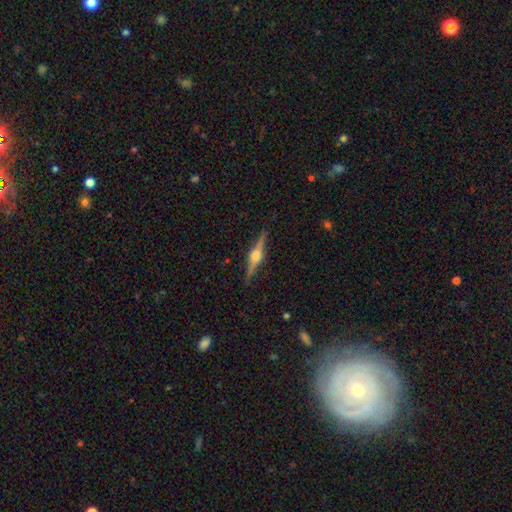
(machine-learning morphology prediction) featured or disk 85%, smooth 9%, star or artifact 6%. Down the decision tree: edge-on disk — yes (98%); edge-on bulge — rounded (90%); merging — none (90%).